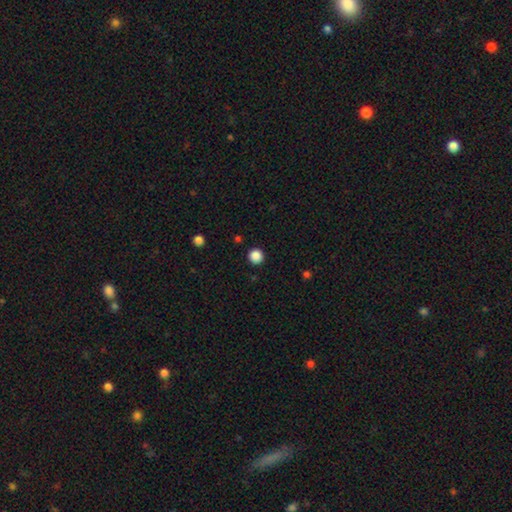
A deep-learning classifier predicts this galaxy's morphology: A smooth galaxy with no disk features (87%) that is round (95%).

Vote fractions:
- Smooth or featured? smooth: 87% / star or artifact: 11% / featured or disk: 2%
- How rounded? round: 95% / in between: 4% / cigar-shaped: 1%
- Merging? none: 92% / minor disturbance: 5% / major disturbance: 2% / merger: 1%